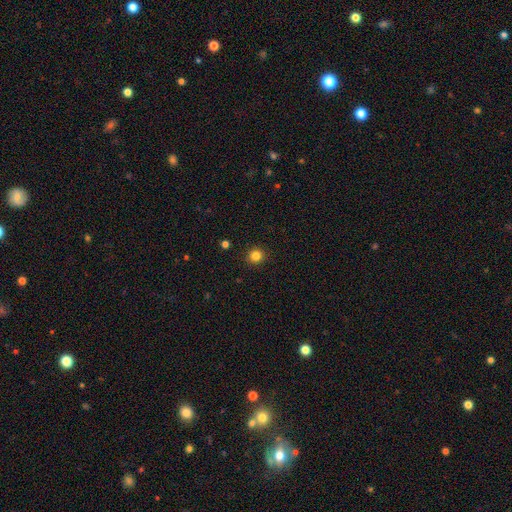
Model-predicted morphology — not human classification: smooth_or_featured: smooth (p=0.83) [alt: star or artifact p=0.13]
how_rounded: round (p=0.92) [alt: in between p=0.07]
merging: none (p=0.92) [alt: minor disturbance p=0.05]